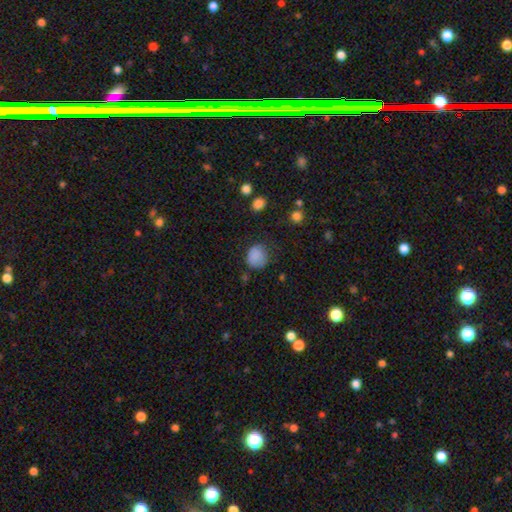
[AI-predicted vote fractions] smooth-or-featured: smooth: 84% | star or artifact: 10% | featured or disk: 6%
  how-rounded: round: 76% | in between: 24% | cigar-shaped: 1%
  merging: none: 64% | minor disturbance: 25% | major disturbance: 9% | merger: 2%